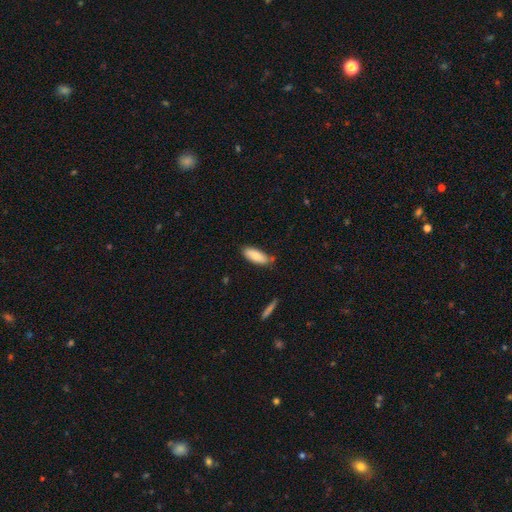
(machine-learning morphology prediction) This appears to be a smooth galaxy with no disk features (82%) that is in between round and cigar-shaped (74%). Merging: none (71%).